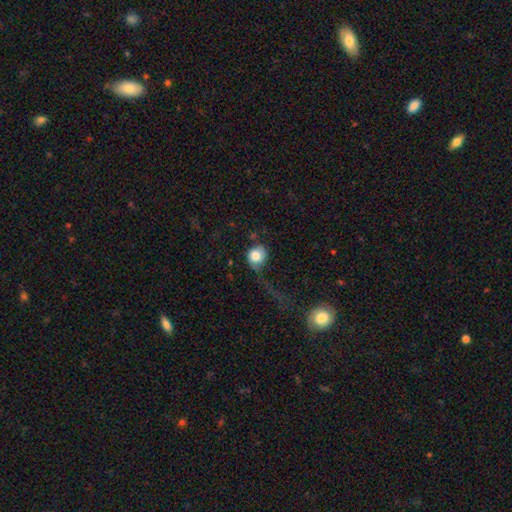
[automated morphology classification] Smooth or featured?
  - smooth: 75% *
  - featured or disk: 17%
  - star or artifact: 8%
How rounded?
  - round: 81% *
  - in between: 18%
  - cigar-shaped: 1%
Merging?
  - major disturbance: 44% *
  - none: 31%
  - minor disturbance: 19%
  - merger: 6%